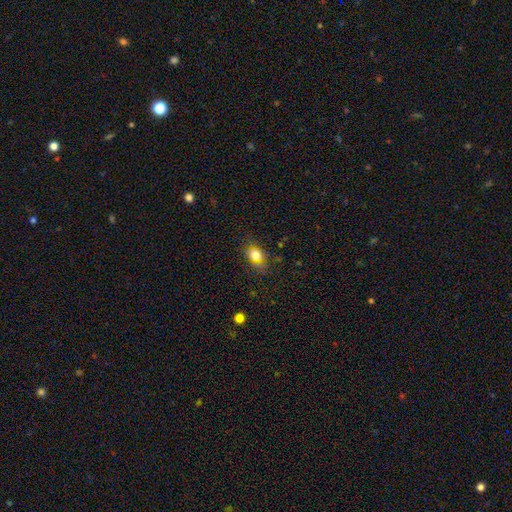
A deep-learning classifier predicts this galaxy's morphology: smooth-or-featured: smooth: 71% | star or artifact: 18% | featured or disk: 12%
  how-rounded: in between: 69% | round: 28% | cigar-shaped: 3%
  merging: none: 76% | minor disturbance: 17% | major disturbance: 5% | merger: 2%